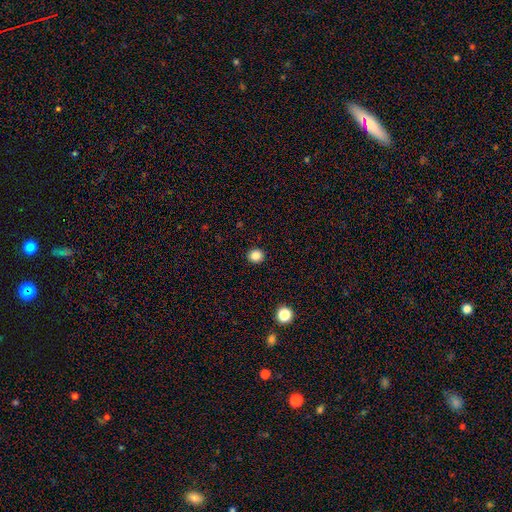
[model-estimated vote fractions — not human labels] A smooth galaxy with no disk features (85%) that is round (85%).

Vote fractions:
- Smooth or featured? smooth: 85% / star or artifact: 11% / featured or disk: 4%
- How rounded? round: 85% / in between: 14% / cigar-shaped: 1%
- Merging? none: 92% / minor disturbance: 5% / major disturbance: 2% / merger: 1%